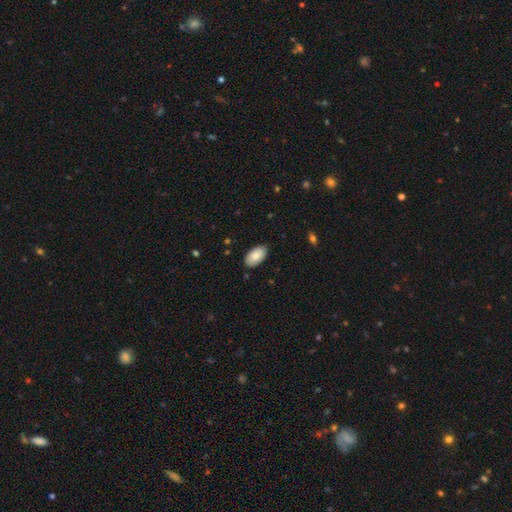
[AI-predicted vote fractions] Smooth or featured? smooth (84%)
How rounded? in between (96%)
Merging? none (87%)